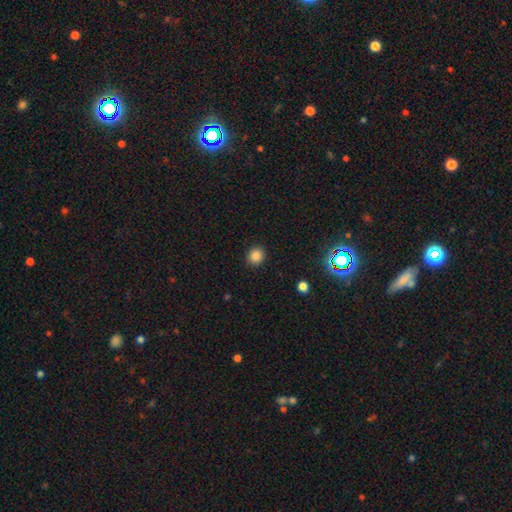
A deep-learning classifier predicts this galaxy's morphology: smooth_or_featured: smooth (p=0.85) [alt: star or artifact p=0.11]
how_rounded: round (p=0.80) [alt: in between p=0.19]
merging: none (p=0.91) [alt: minor disturbance p=0.06]